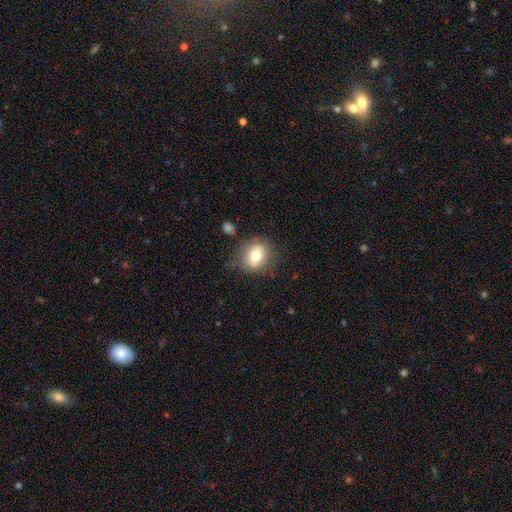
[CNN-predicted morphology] The model was most divided on "how rounded": round: 72%, in between: 27%, cigar-shaped: 1%. More confident: merging — none (76%); smooth or featured — smooth (71%).